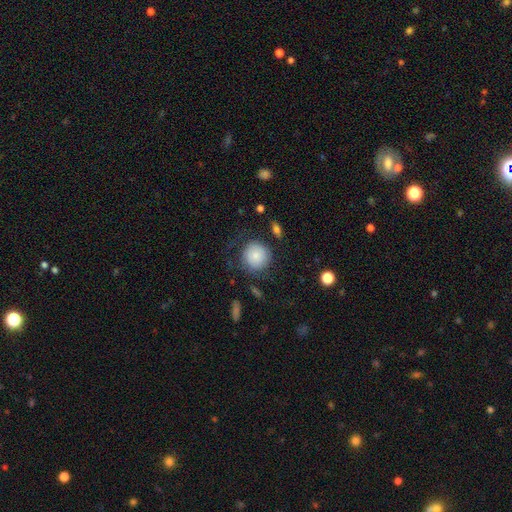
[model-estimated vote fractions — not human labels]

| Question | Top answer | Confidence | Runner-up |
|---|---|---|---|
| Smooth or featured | smooth | 80% | featured or disk (12%) |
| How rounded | round | 92% | in between (7%) |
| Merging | none | 69% | minor disturbance (18%) |